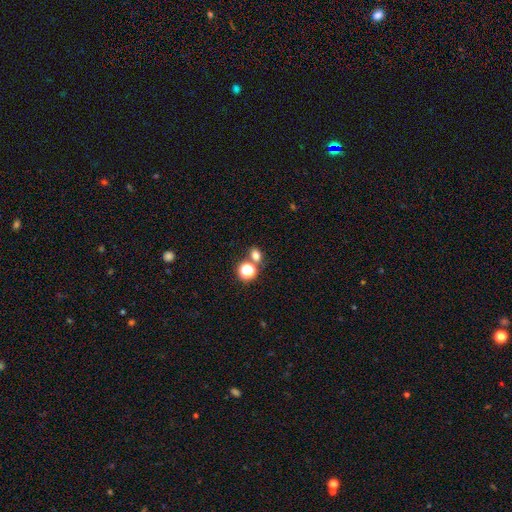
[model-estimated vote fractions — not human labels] Morphology: type=smooth (72%); roundness=in between (52%); merging=none (66%).